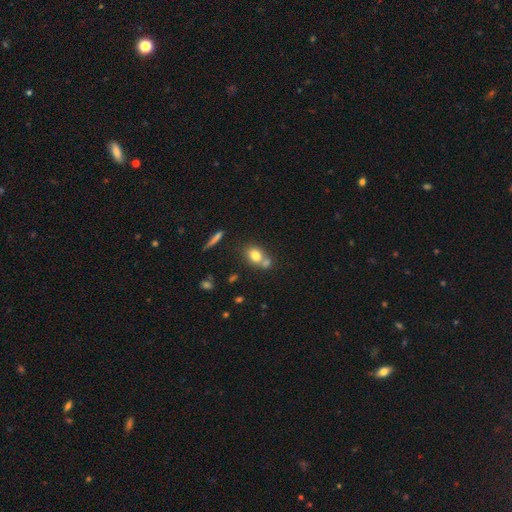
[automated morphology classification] The model was most divided on "merging": merger: 43%, none: 42%, minor disturbance: 11%, major disturbance: 4%. More confident: smooth or featured — smooth (75%); how rounded — in between (52%).